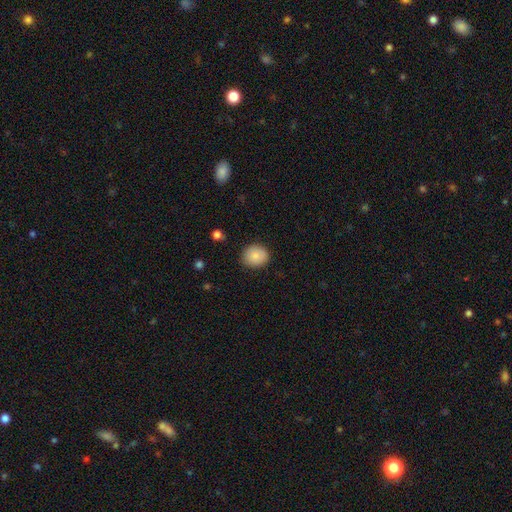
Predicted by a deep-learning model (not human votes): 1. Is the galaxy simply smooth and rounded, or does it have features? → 85% smooth, 8% star or artifact, 7% featured or disk.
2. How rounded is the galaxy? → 72% round, 27% in between, 1% cigar-shaped.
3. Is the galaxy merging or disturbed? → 85% none, 11% minor disturbance, 3% major disturbance, 1% merger.